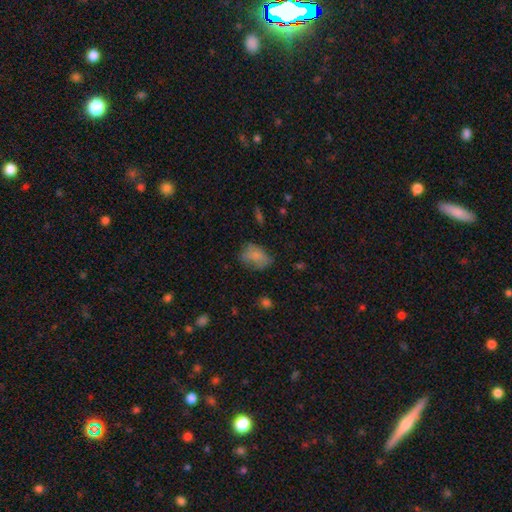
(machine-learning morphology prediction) This is likely a smooth galaxy (71%). How rounded: likely in between (77%). Merging: possibly none (52%).